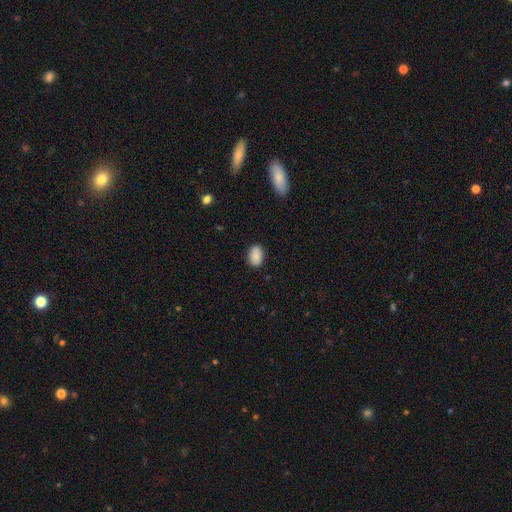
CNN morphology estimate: smooth_or_featured: smooth (p=0.85) [alt: star or artifact p=0.08]
how_rounded: in between (p=0.82) [alt: round p=0.16]
merging: none (p=0.84) [alt: minor disturbance p=0.12]